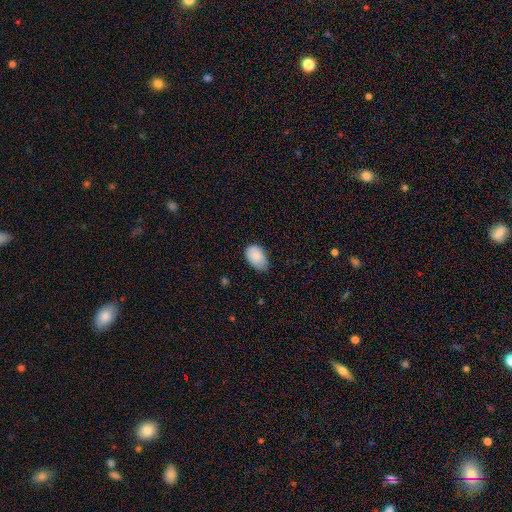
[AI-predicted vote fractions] This appears to be a smooth galaxy with no disk features (85%) that is in between round and cigar-shaped (90%). Merging: none (50%).